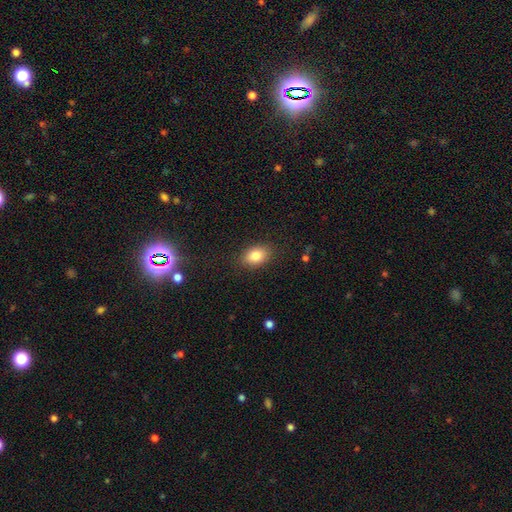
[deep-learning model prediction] Smooth or featured?
  - smooth: 82% *
  - featured or disk: 9%
  - star or artifact: 9%
How rounded?
  - in between: 83% *
  - round: 15%
  - cigar-shaped: 1%
Merging?
  - none: 86% *
  - minor disturbance: 10%
  - major disturbance: 3%
  - merger: 1%